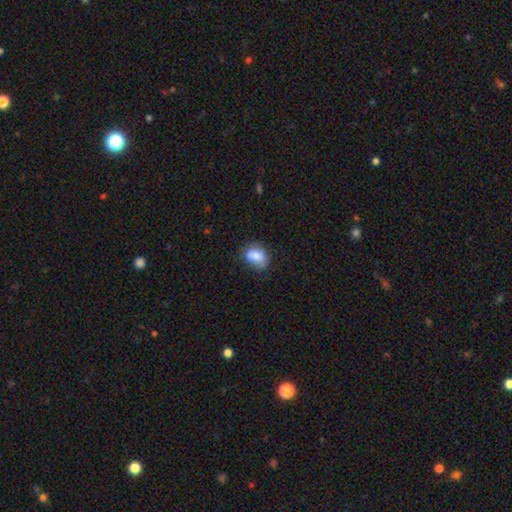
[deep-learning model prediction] Q: Smooth or featured?
A: smooth (79%); runner-up: featured or disk (12%)
Q: How rounded?
A: in between (68%); runner-up: round (30%)
Q: Merging?
A: none (58%); runner-up: minor disturbance (27%)